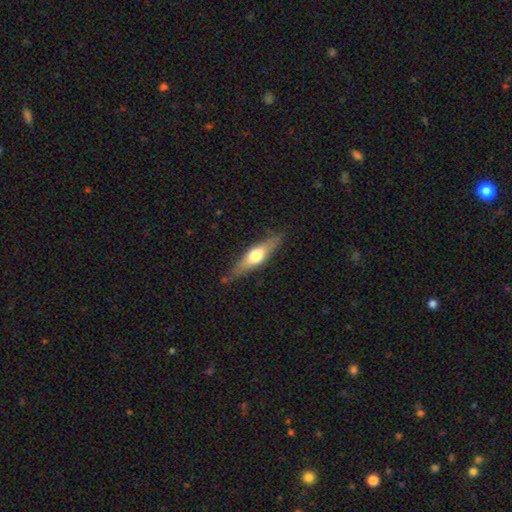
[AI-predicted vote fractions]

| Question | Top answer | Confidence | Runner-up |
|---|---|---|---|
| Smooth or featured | featured or disk | 50% | smooth (44%) |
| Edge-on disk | yes | 89% | no (11%) |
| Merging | none | 82% | minor disturbance (14%) |